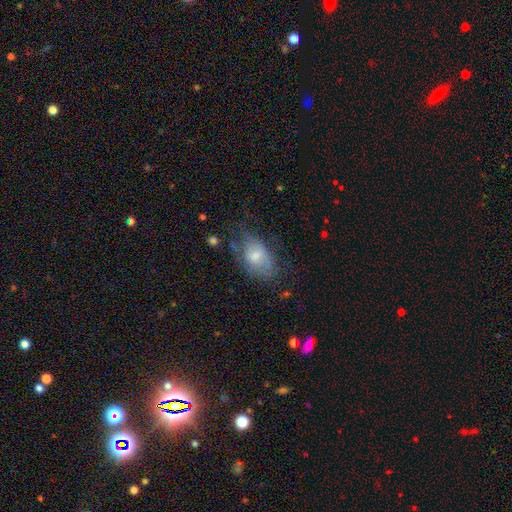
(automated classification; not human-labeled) A smooth galaxy with no disk features (53%) that is in between round and cigar-shaped (87%). Merging: none (46%).